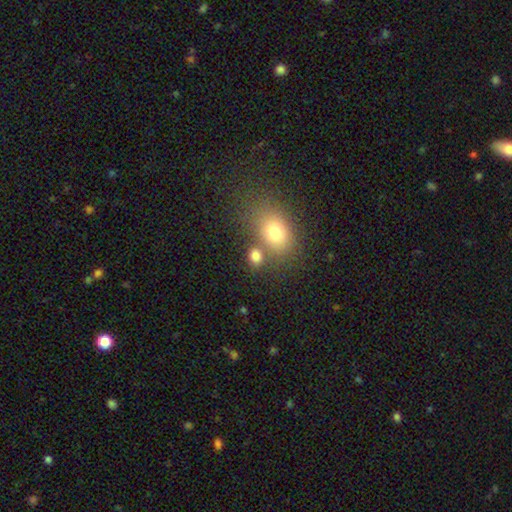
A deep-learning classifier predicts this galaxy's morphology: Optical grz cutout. It shows a smooth galaxy with no disk features (79%) that is in between round and cigar-shaped (54%). Merging: none (61%).